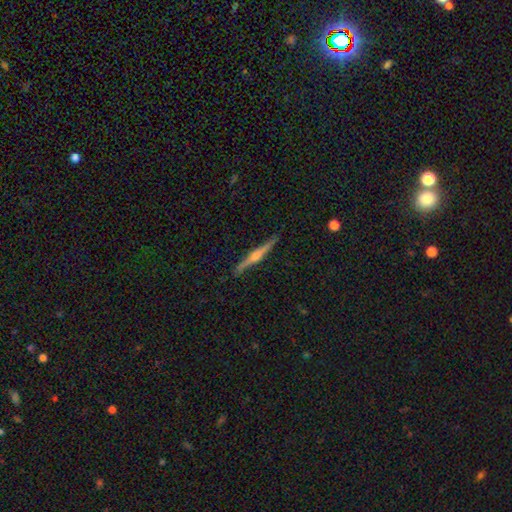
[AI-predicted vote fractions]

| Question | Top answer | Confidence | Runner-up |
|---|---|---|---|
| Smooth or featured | featured or disk | 78% | smooth (17%) |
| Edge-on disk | yes | 98% | no (2%) |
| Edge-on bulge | rounded | 86% | boxy (8%) |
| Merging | none | 90% | minor disturbance (7%) |